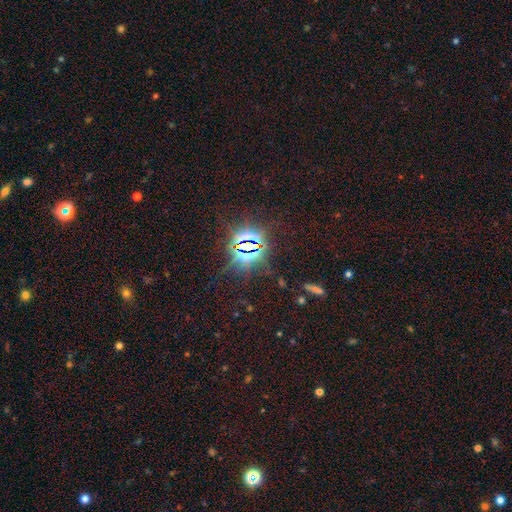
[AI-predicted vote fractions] This is clearly a star or artifact rather than a galaxy (83%).